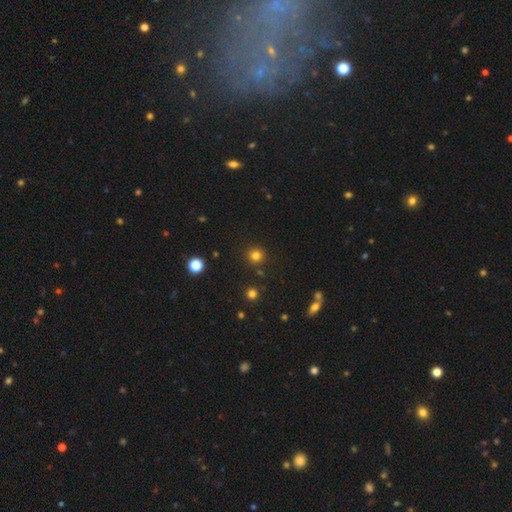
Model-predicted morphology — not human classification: type=smooth (80%); roundness=round (94%); merging=none (89%).